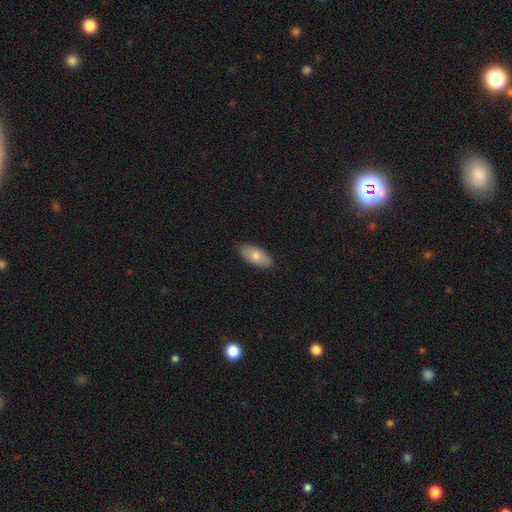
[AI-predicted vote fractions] A smooth galaxy with no disk features (74%) that is in between round and cigar-shaped (89%). Merging: none (87%).